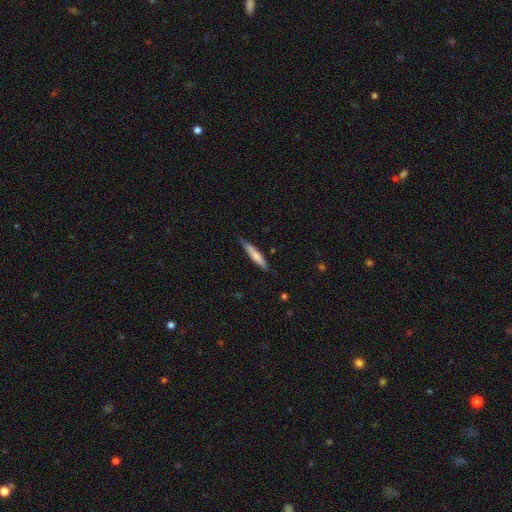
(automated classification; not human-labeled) Smooth or featured? Predicted: smooth (p=0.70). How rounded? Predicted: cigar-shaped (p=0.91). Merging? Predicted: none (p=0.83).